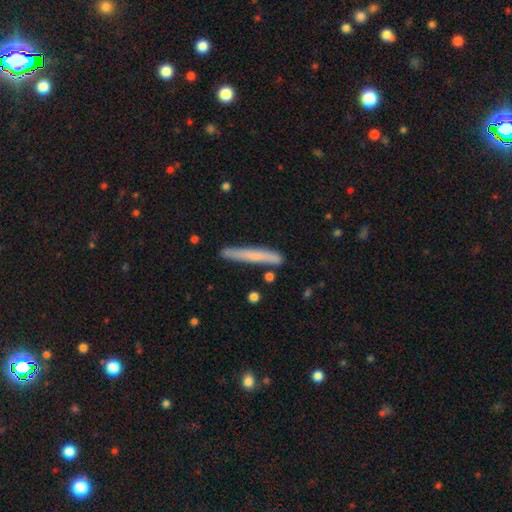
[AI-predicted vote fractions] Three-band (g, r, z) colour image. It shows a smooth galaxy with no disk features (63%) that is cigar-shaped (96%). Merging: none (84%).